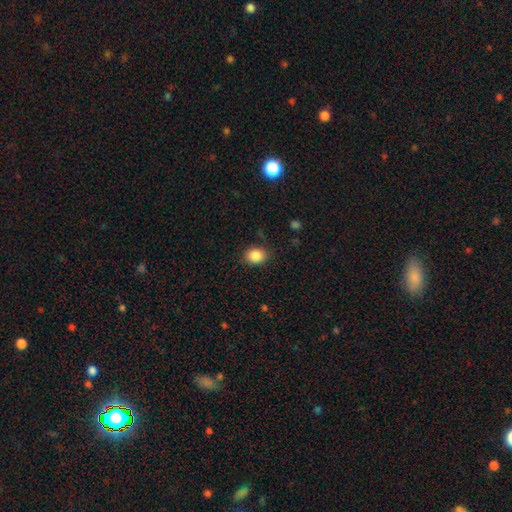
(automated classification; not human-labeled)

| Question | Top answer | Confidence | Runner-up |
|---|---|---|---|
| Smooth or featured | smooth | 88% | star or artifact (9%) |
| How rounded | round | 51% | in between (48%) |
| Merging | none | 84% | minor disturbance (11%) |